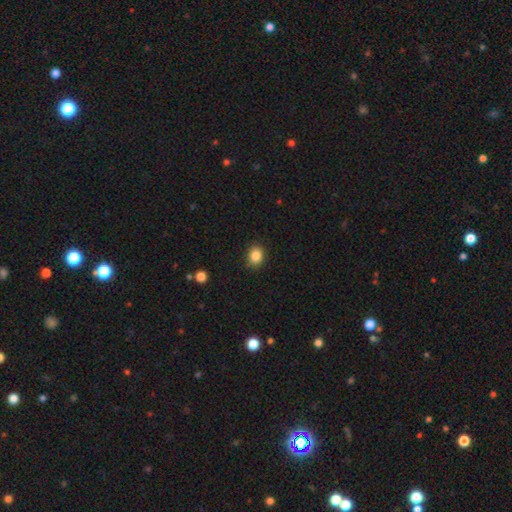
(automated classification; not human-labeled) Morphology: type=smooth (85%); roundness=round (56%); merging=none (88%).